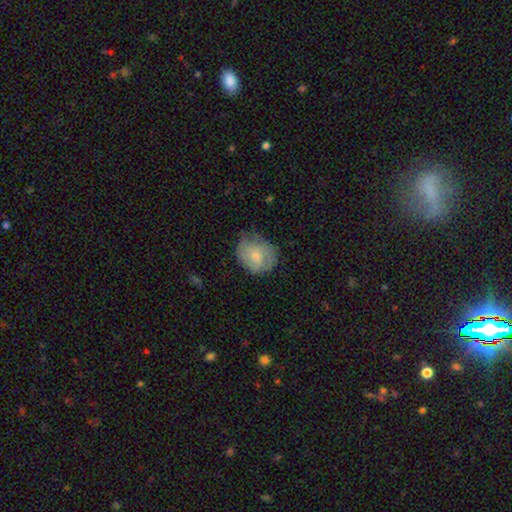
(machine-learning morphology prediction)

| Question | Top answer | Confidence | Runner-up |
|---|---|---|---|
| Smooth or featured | smooth | 58% | featured or disk (35%) |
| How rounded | round | 56% | in between (43%) |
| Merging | none | 56% | minor disturbance (32%) |